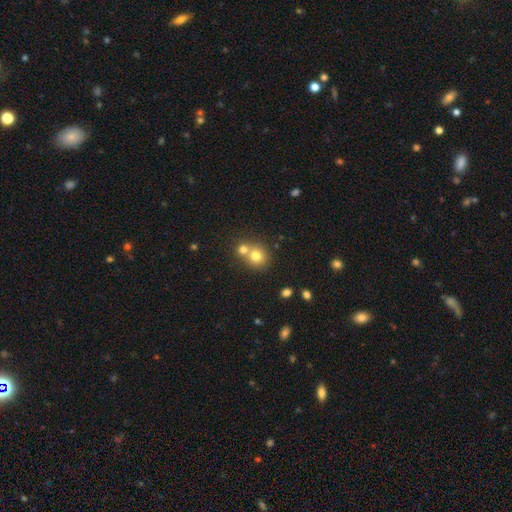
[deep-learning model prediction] A smooth galaxy with no disk features (76%) that is round (85%).

Vote fractions:
- Smooth or featured? smooth: 76% / star or artifact: 12% / featured or disk: 12%
- How rounded? round: 85% / in between: 14% / cigar-shaped: 1%
- Merging? none: 46% / merger: 45% / minor disturbance: 6% / major disturbance: 2%